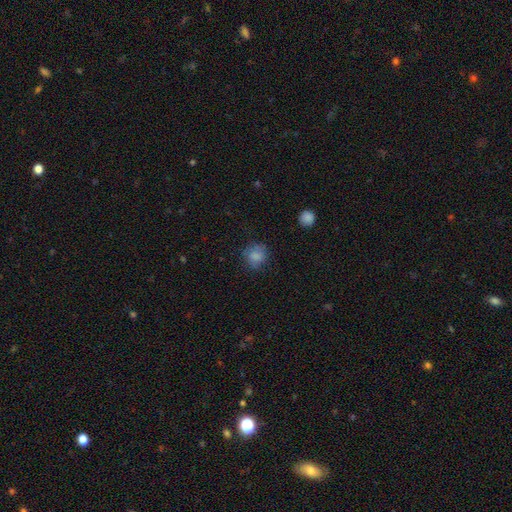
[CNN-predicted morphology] Q: Smooth or featured?
A: smooth (81%); runner-up: star or artifact (11%)
Q: How rounded?
A: round (81%); runner-up: in between (18%)
Q: Merging?
A: none (71%); runner-up: minor disturbance (20%)